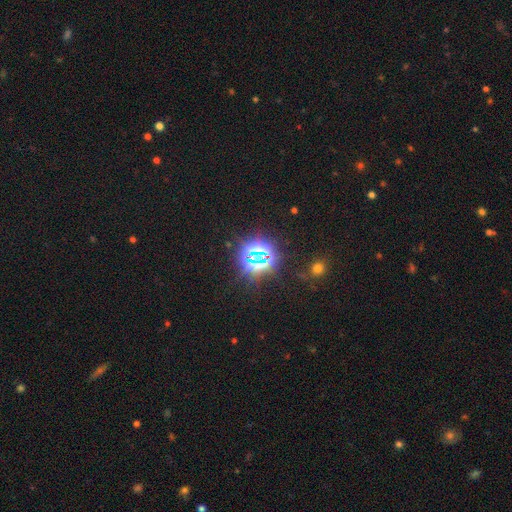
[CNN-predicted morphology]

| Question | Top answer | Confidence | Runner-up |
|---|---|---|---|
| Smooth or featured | star or artifact | 79% | smooth (14%) |